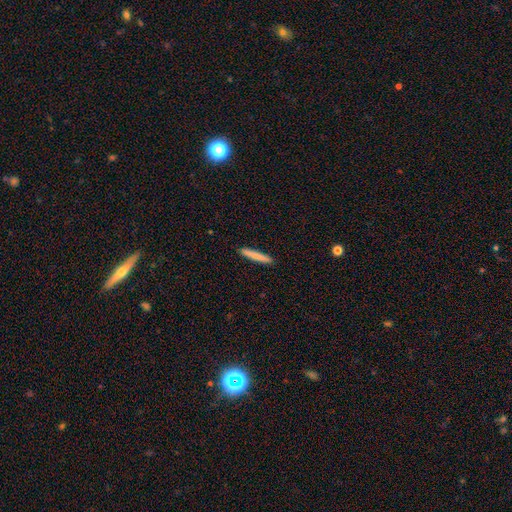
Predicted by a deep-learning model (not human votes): Smooth or featured?
  - smooth: 81% *
  - featured or disk: 14%
  - star or artifact: 6%
How rounded?
  - cigar-shaped: 95% *
  - in between: 3%
  - round: 1%
Merging?
  - none: 92% *
  - minor disturbance: 5%
  - major disturbance: 1%
  - merger: 1%